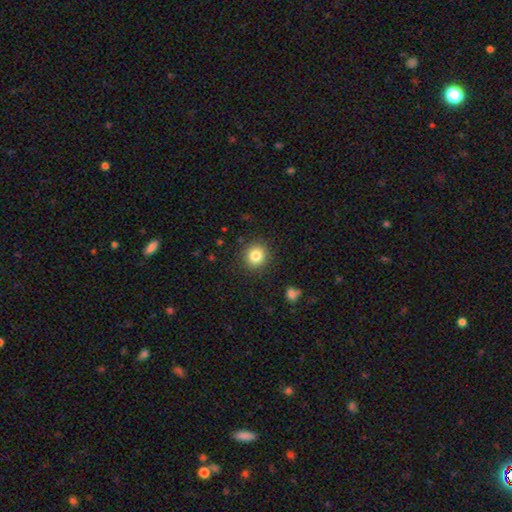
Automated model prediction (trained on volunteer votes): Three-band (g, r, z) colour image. It shows a smooth galaxy with no disk features (83%) that is round (90%). Merging: none (90%).